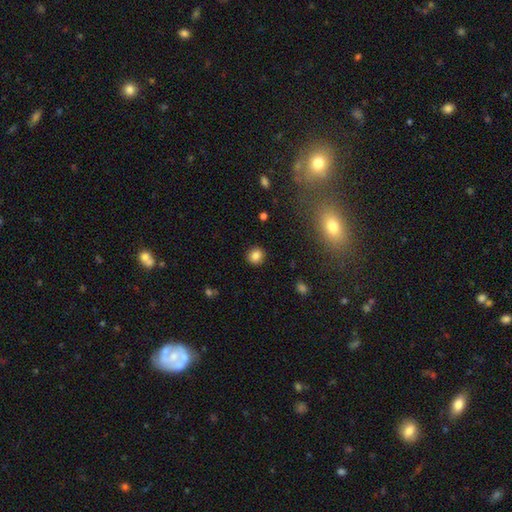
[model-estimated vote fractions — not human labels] The model was most divided on "smooth or featured": smooth: 84%, star or artifact: 11%, featured or disk: 5%. More confident: merging — none (90%); how rounded — round (86%).